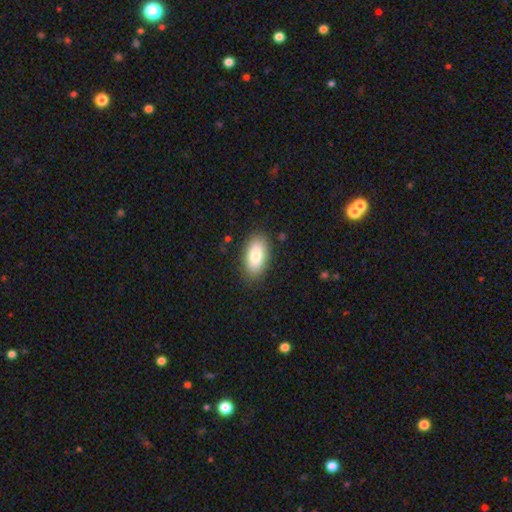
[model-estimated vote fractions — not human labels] Overall: smooth (80%). How rounded: in between (93%). Merging: none (85%).